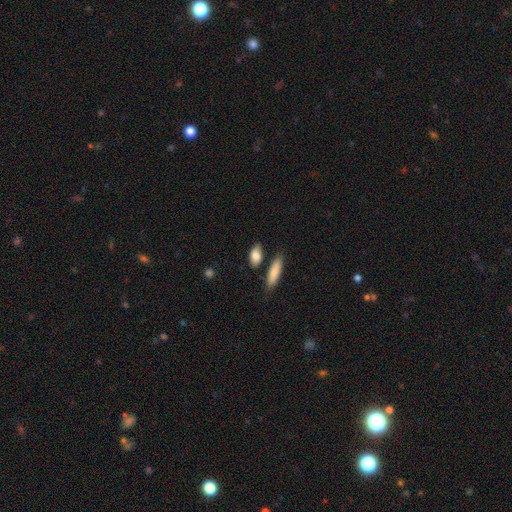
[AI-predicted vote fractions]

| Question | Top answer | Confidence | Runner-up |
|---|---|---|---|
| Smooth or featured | smooth | 81% | featured or disk (12%) |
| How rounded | in between | 76% | cigar-shaped (18%) |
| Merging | none | 72% | minor disturbance (16%) |